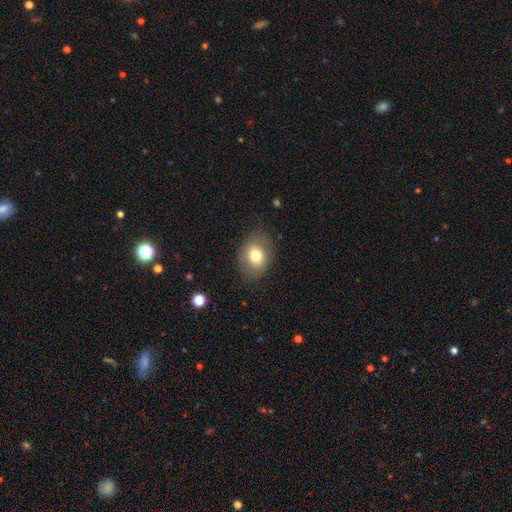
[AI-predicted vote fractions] smooth-or-featured: smooth: 75% | featured or disk: 15% | star or artifact: 10%
  how-rounded: in between: 60% | round: 40% | cigar-shaped: 1%
  merging: none: 79% | minor disturbance: 15% | major disturbance: 5% | merger: 1%